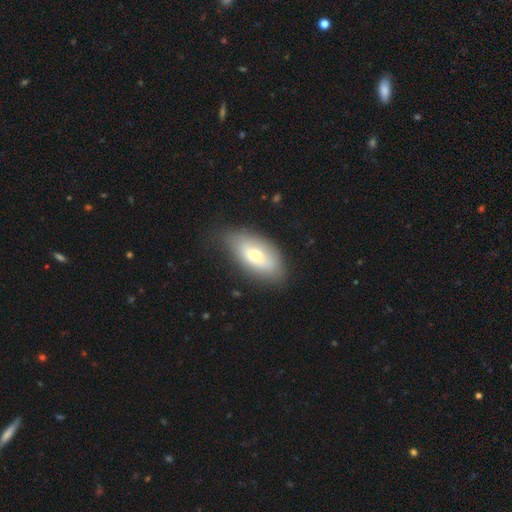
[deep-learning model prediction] smooth_or_featured: smooth (p=0.62) [alt: featured or disk p=0.30]
how_rounded: in between (p=0.90) [alt: cigar-shaped p=0.05]
merging: none (p=0.73) [alt: minor disturbance p=0.20]